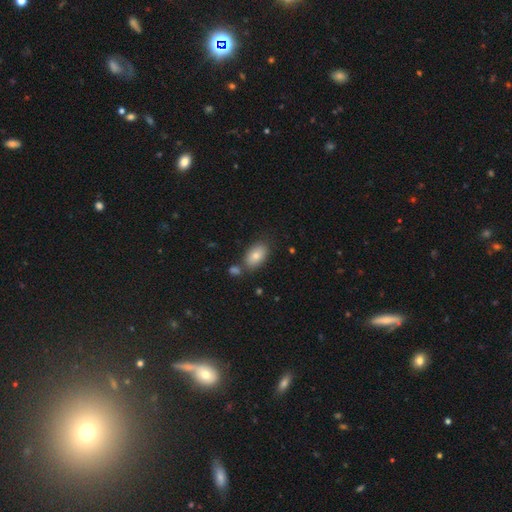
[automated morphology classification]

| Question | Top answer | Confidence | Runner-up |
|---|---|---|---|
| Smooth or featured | smooth | 79% | featured or disk (12%) |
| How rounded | in between | 91% | round (7%) |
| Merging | none | 75% | minor disturbance (12%) |